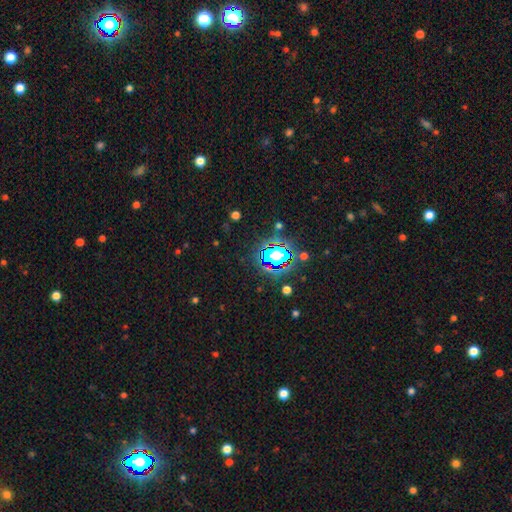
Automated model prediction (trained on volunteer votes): Smooth or featured: star or artifact — 83% (smooth — 10%)